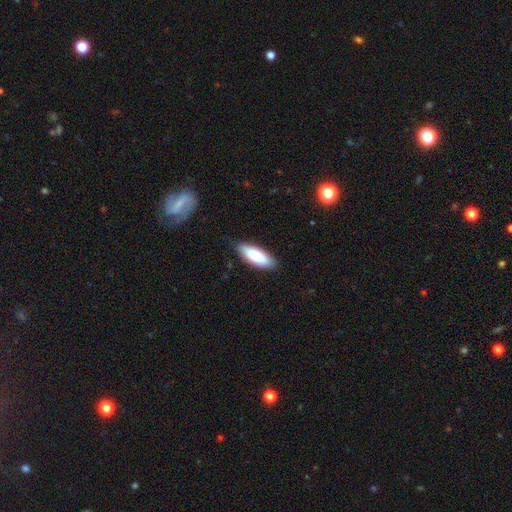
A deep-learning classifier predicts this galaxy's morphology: Smooth or featured? smooth (84%)
How rounded? in between (67%)
Merging? none (84%)